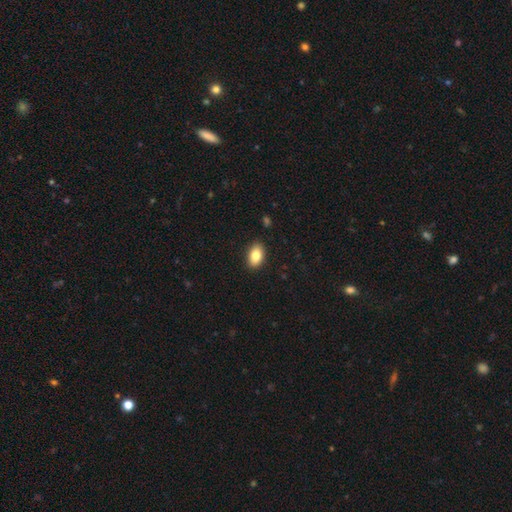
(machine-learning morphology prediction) Smooth or featured?
  - smooth: 83% *
  - featured or disk: 9%
  - star or artifact: 8%
How rounded?
  - in between: 89% *
  - round: 10%
  - cigar-shaped: 2%
Merging?
  - none: 89% *
  - minor disturbance: 8%
  - major disturbance: 2%
  - merger: 1%